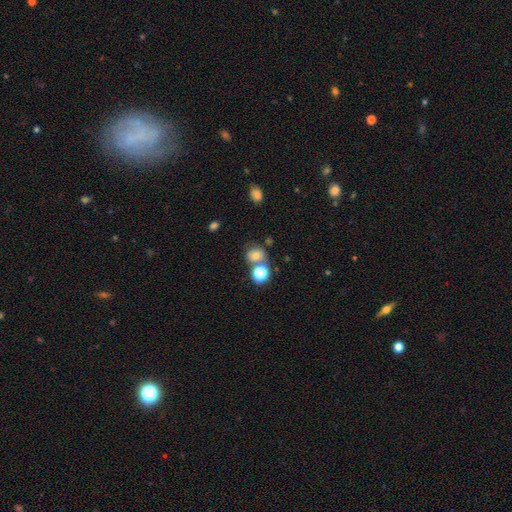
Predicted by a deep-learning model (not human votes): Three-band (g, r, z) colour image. It shows a smooth galaxy with no disk features (71%) that is round (71%). Merging: none (55%).